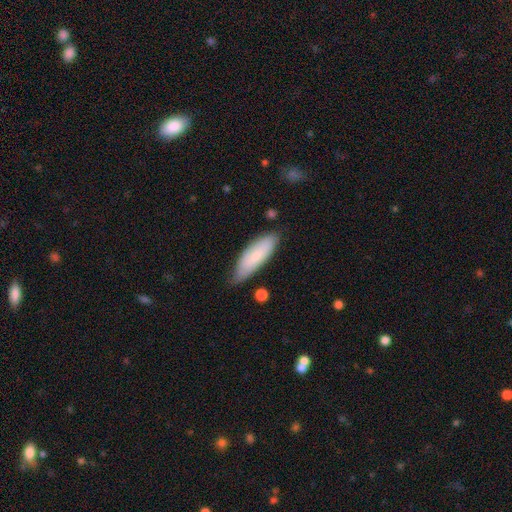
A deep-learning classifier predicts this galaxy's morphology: Smooth or featured? Predicted: smooth (p=0.77). How rounded? Predicted: in between (p=0.58). Merging? Predicted: none (p=0.71).